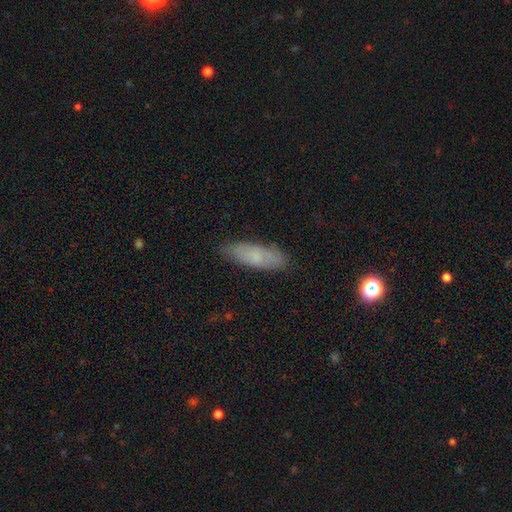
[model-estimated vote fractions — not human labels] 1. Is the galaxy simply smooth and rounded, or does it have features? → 70% smooth, 22% featured or disk, 8% star or artifact.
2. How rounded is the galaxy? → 54% in between, 44% cigar-shaped, 2% round.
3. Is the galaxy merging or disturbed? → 82% none, 14% minor disturbance, 3% major disturbance, 1% merger.